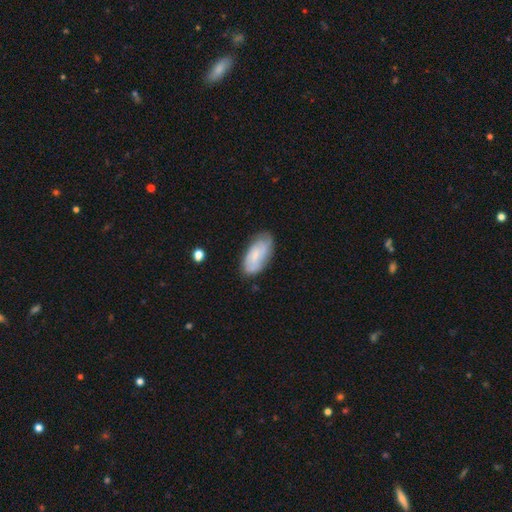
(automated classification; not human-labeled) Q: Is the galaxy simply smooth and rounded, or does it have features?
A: smooth — 49%.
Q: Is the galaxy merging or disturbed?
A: none — 70%.